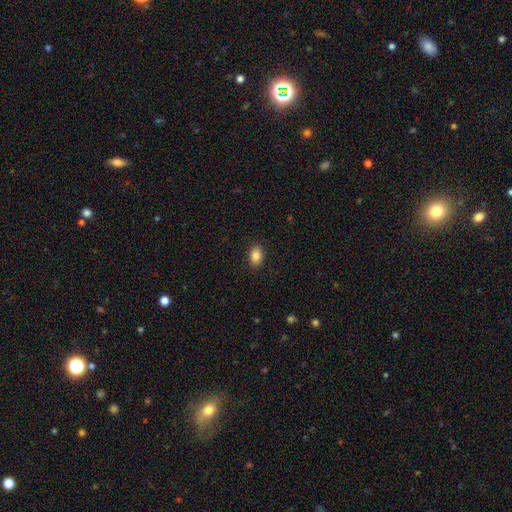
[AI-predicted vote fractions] This appears to be a smooth galaxy with no disk features (86%) that is in between round and cigar-shaped (82%). Merging: none (90%).